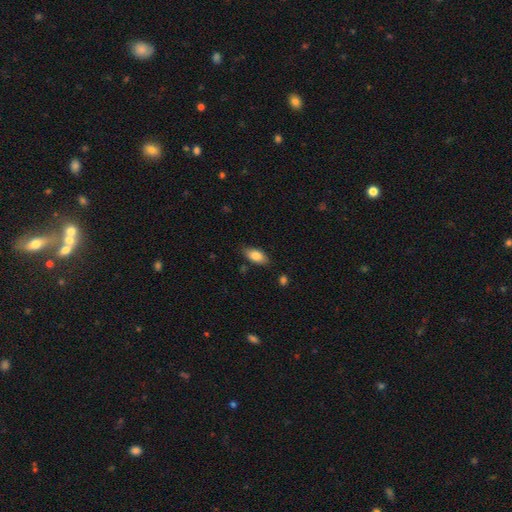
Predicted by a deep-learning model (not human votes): smooth_or_featured: smooth (p=0.83) [alt: featured or disk p=0.11]
how_rounded: in between (p=0.90) [alt: cigar-shaped p=0.08]
merging: none (p=0.82) [alt: minor disturbance p=0.13]